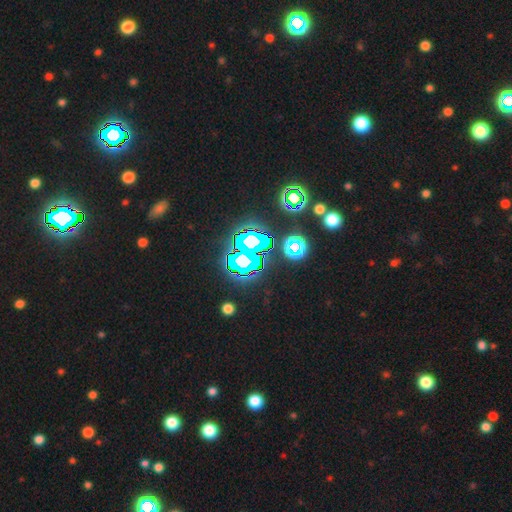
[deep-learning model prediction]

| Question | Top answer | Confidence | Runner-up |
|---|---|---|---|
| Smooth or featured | star or artifact | 79% | smooth (12%) |